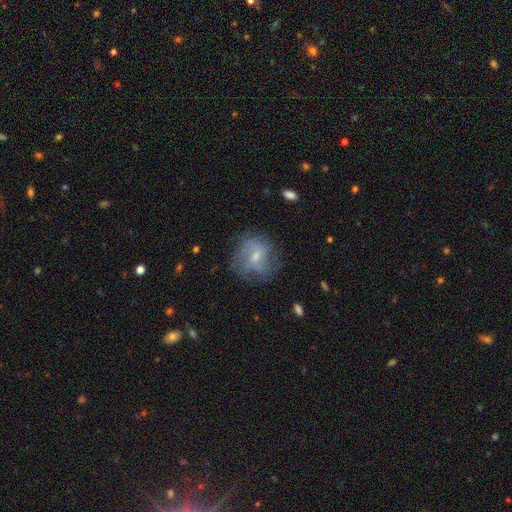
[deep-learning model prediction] Overall: featured or disk (53%; smooth 38%). Edge-on disk: no (96%). Bar: weak (47%; no 43%). Spiral arms: yes (66%; no 34%). Bulge size: small (55%; moderate 37%). Merging: none (63%).